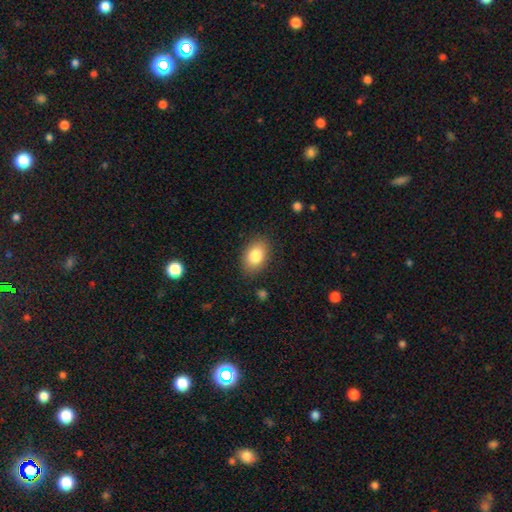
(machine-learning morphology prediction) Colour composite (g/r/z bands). It shows a smooth galaxy with no disk features (83%) that is in between round and cigar-shaped (84%). Merging: none (85%).